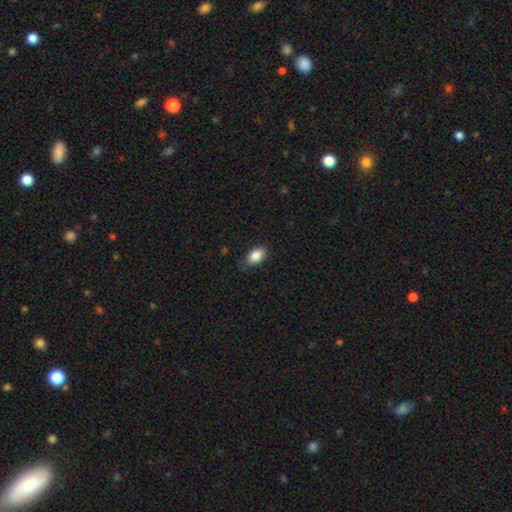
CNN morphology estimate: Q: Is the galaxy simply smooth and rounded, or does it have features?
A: smooth — 87%.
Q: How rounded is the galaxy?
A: in between — 89%.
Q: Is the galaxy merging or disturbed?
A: none — 81%.